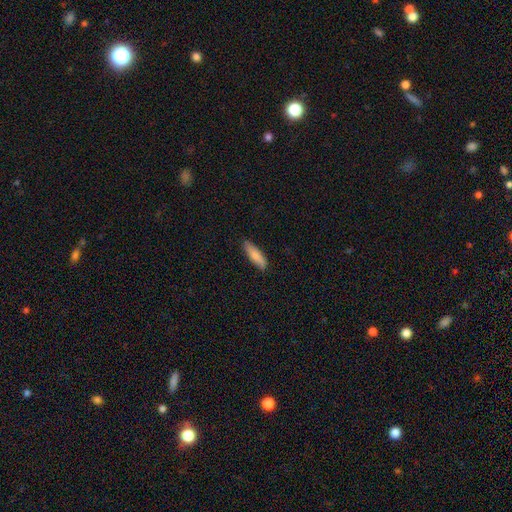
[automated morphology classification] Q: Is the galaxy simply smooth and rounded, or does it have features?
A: smooth — 83%.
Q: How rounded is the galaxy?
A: cigar-shaped — 61%.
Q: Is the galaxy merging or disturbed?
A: none — 85%.